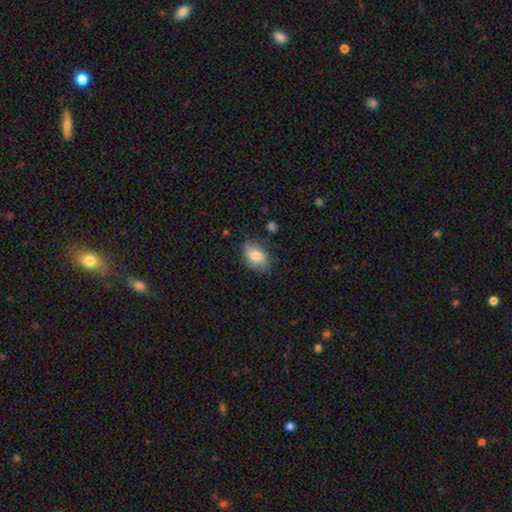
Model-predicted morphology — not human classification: A smooth galaxy with no disk features (71%) that is in between round and cigar-shaped (87%). Merging: none (75%).